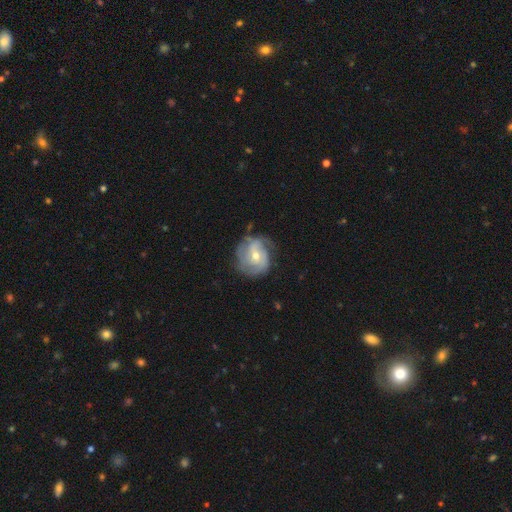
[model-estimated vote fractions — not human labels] Smooth or featured? featured or disk (81%)
Edge-on disk? no (98%)
Bar? no (57%)
Spiral arms? yes (94%)
Spiral winding? tight (51%)
Spiral arm count? 3 (32%)
Bulge size? moderate (51%)
Merging? none (69%)